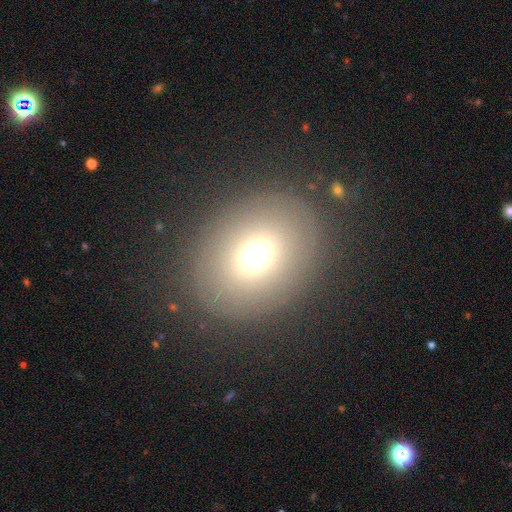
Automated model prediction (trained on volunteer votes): Overall: smooth (67%). How rounded: round (54%; in between 45%). Merging: none (84%).